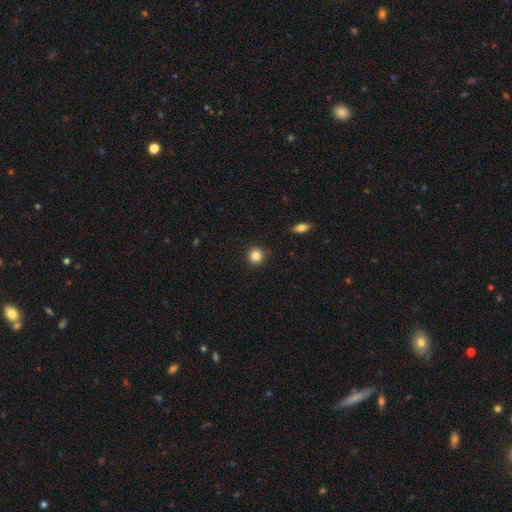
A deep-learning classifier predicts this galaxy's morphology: Smooth or featured? smooth (85%)
How rounded? round (94%)
Merging? none (92%)